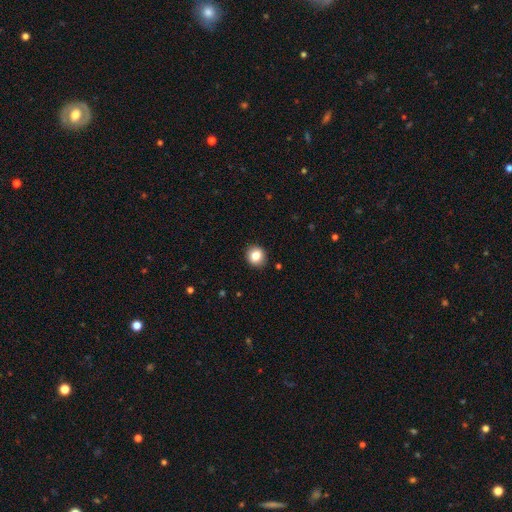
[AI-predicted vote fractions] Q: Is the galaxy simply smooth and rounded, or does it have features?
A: smooth — 84%.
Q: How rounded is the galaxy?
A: round — 86%.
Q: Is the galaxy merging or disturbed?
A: none — 91%.